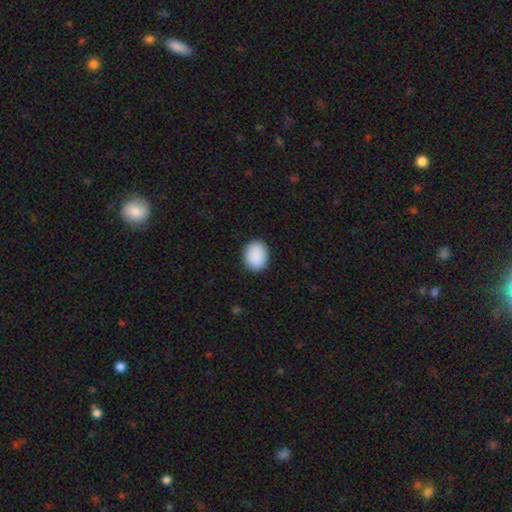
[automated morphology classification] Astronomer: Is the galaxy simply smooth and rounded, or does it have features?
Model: smooth — 91%.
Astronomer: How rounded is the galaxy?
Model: in between — 52% (runner-up: round, 47%).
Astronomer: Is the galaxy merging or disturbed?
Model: none — 89%.